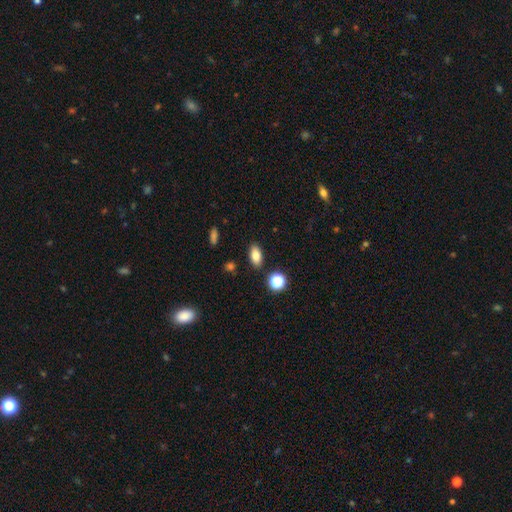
smooth_or_featured: smooth (p=0.82) [alt: star or artifact p=0.10]
how_rounded: in between (p=0.78) [alt: cigar-shaped p=0.16]
merging: none (p=0.83) [alt: minor disturbance p=0.06]